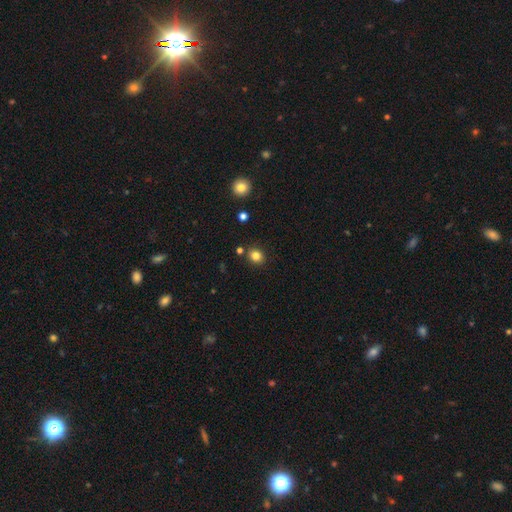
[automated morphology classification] Smooth or featured? Predicted: smooth (p=0.82). How rounded? Predicted: round (p=0.73). Merging? Predicted: none (p=0.85).